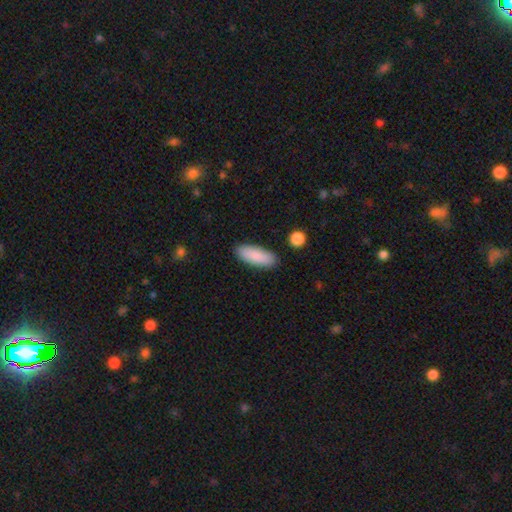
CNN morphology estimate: A smooth galaxy with no disk features (88%) that is in between round and cigar-shaped (70%).

Vote fractions:
- Smooth or featured? smooth: 88% / featured or disk: 6% / star or artifact: 6%
- How rounded? in between: 70% / cigar-shaped: 28% / round: 2%
- Merging? none: 88% / minor disturbance: 9% / major disturbance: 2% / merger: 2%